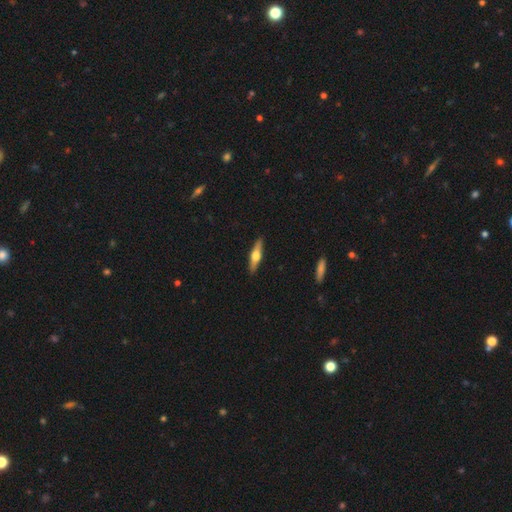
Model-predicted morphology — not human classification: Smooth or featured?
  - featured or disk: 55% *
  - smooth: 40%
  - star or artifact: 6%
Edge-on disk?
  - yes: 94% *
  - no: 6%
Edge-on bulge?
  - rounded: 94% *
  - boxy: 4%
  - none: 3%
Merging?
  - none: 90% *
  - minor disturbance: 7%
  - major disturbance: 2%
  - merger: 1%